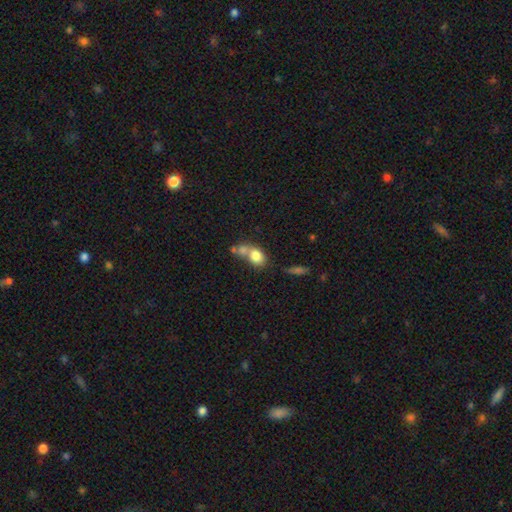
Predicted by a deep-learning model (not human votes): Overall: smooth (76%). How rounded: in between (56%; round 42%). Merging: merger (60%; none 26%).